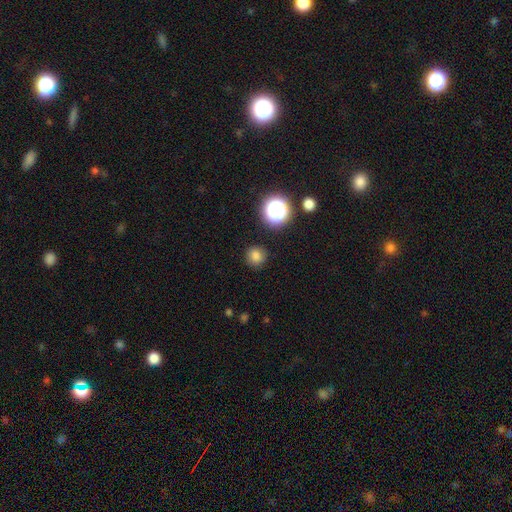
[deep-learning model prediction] A smooth galaxy with no disk features (79%) that is round (90%).

Vote fractions:
- Smooth or featured? smooth: 79% / star or artifact: 15% / featured or disk: 6%
- How rounded? round: 90% / in between: 9% / cigar-shaped: 1%
- Merging? none: 88% / minor disturbance: 8% / major disturbance: 3% / merger: 2%